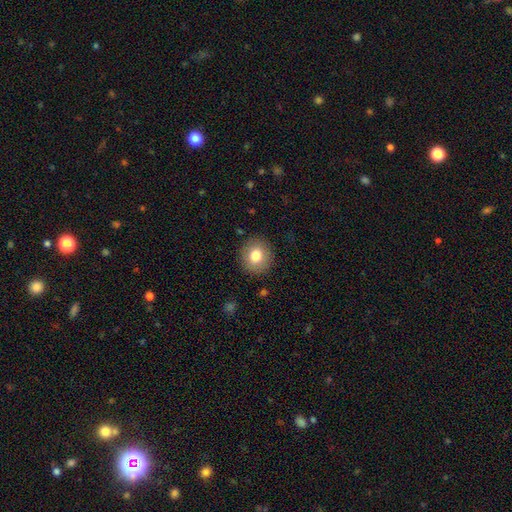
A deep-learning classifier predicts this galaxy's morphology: type=smooth (79%); roundness=round (87%); merging=none (89%).